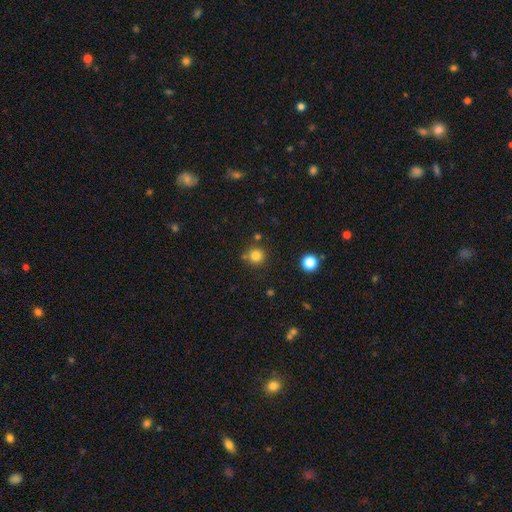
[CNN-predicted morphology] smooth_or_featured: smooth (p=0.82) [alt: star or artifact p=0.13]
how_rounded: round (p=0.94) [alt: in between p=0.05]
merging: none (p=0.80) [alt: minor disturbance p=0.09]